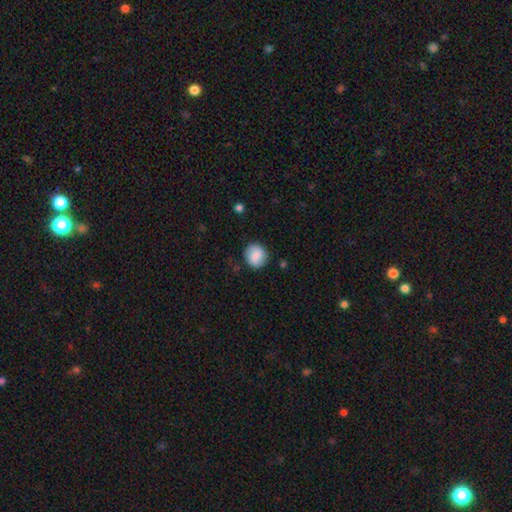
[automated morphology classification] Smooth or featured?
  - smooth: 83% *
  - featured or disk: 10%
  - star or artifact: 7%
How rounded?
  - round: 84% *
  - in between: 15%
  - cigar-shaped: 1%
Merging?
  - none: 85% *
  - minor disturbance: 10%
  - major disturbance: 3%
  - merger: 1%